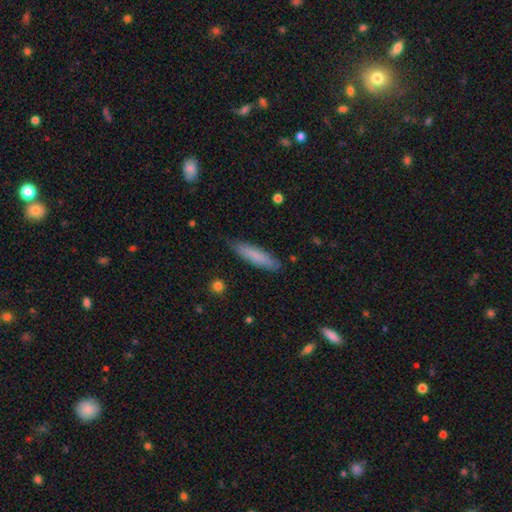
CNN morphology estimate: A smooth galaxy with no disk features (78%) that is cigar-shaped (85%). Merging: none (86%).